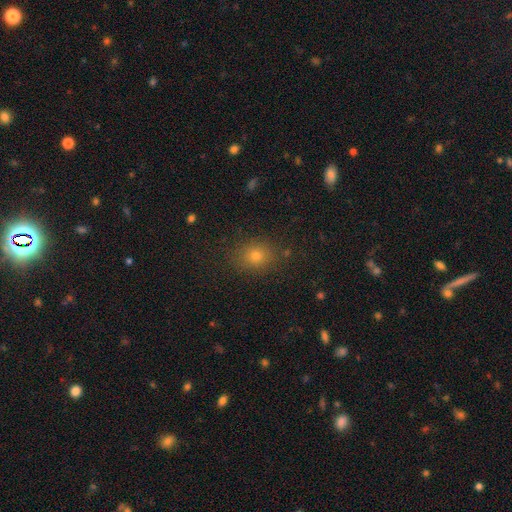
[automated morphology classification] smooth_or_featured: smooth (p=0.74) [alt: star or artifact p=0.17]
how_rounded: round (p=0.58) [alt: in between p=0.41]
merging: none (p=0.85) [alt: minor disturbance p=0.10]